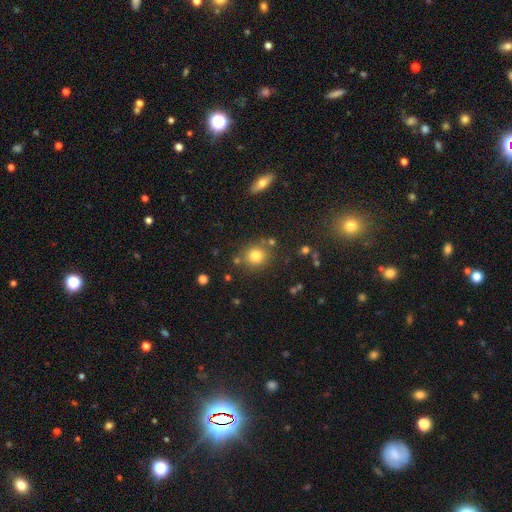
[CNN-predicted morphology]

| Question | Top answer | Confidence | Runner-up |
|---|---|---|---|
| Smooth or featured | smooth | 80% | star or artifact (12%) |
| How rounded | round | 84% | in between (15%) |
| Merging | none | 80% | minor disturbance (10%) |